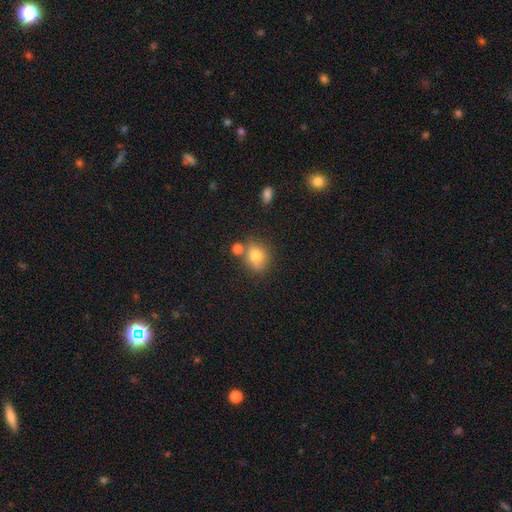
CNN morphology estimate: This is likely a smooth galaxy (75%). How rounded: likely round (64%). Merging: likely none (65%).